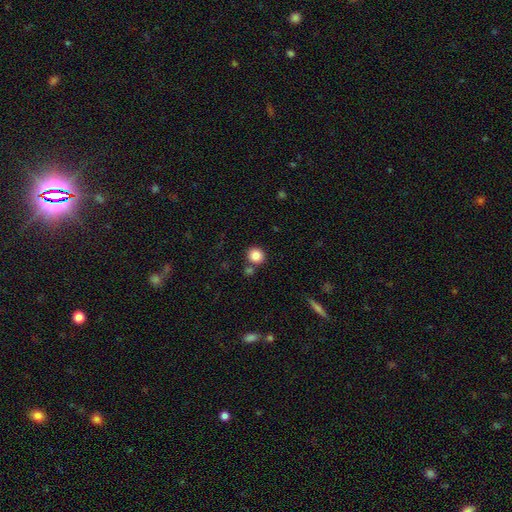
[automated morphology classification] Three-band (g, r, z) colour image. It shows a smooth galaxy with no disk features (85%) that is round (91%). Merging: none (79%).